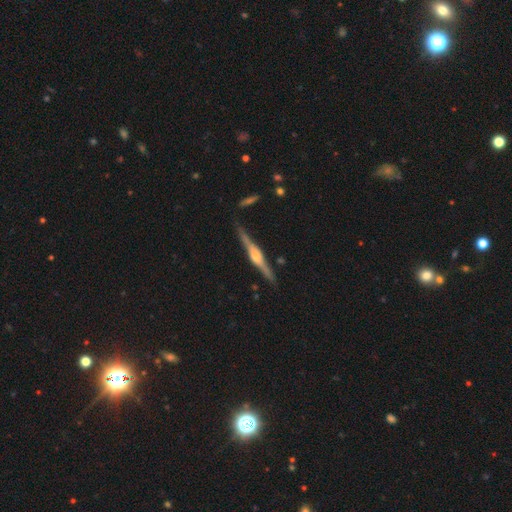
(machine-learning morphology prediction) Smooth or featured? featured or disk (82%)
Edge-on disk? yes (98%)
Edge-on bulge? rounded (85%)
Merging? none (87%)